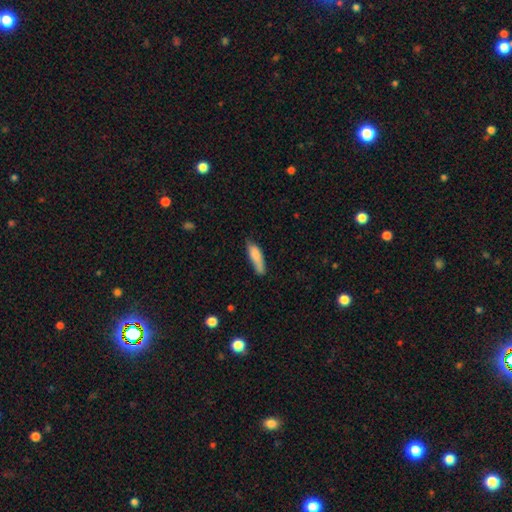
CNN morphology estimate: Smooth or featured? smooth (80%)
How rounded? cigar-shaped (58%)
Merging? none (55%)